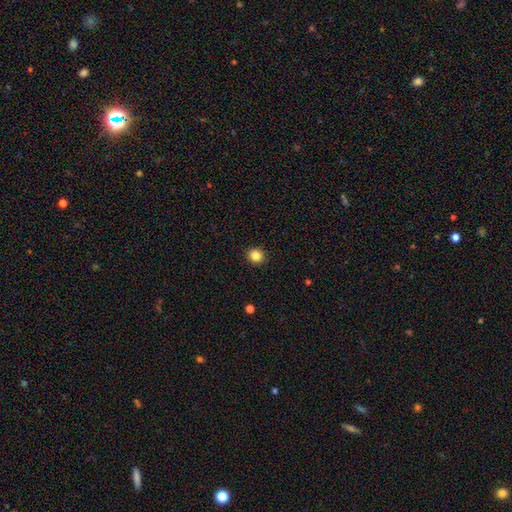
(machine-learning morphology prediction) Q: Smooth or featured?
A: smooth (84%); runner-up: star or artifact (11%)
Q: How rounded?
A: round (91%); runner-up: in between (8%)
Q: Merging?
A: none (93%); runner-up: minor disturbance (5%)